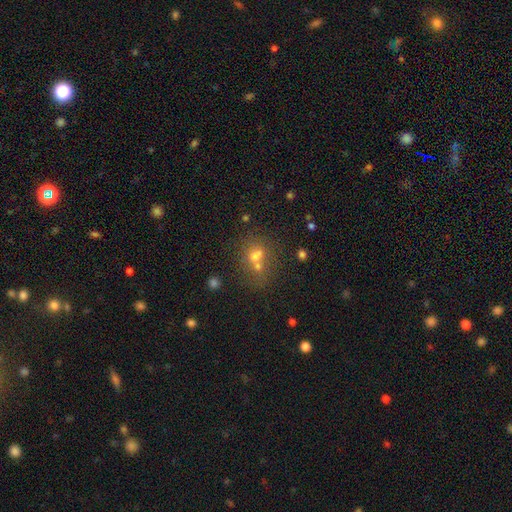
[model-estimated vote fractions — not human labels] The model was most divided on "merging": merger: 49%, none: 38%, minor disturbance: 8%, major disturbance: 5%. More confident: how rounded — round (67%); smooth or featured — smooth (57%).